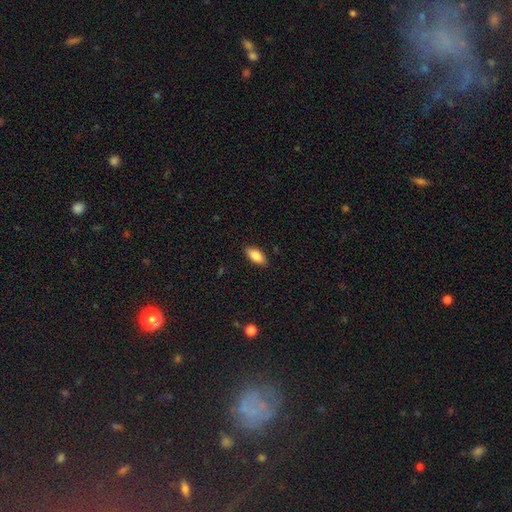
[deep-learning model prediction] A smooth galaxy with no disk features (85%) that is in between round and cigar-shaped (86%).

Vote fractions:
- Smooth or featured? smooth: 85% / featured or disk: 9% / star or artifact: 7%
- How rounded? in between: 86% / cigar-shaped: 12% / round: 2%
- Merging? none: 88% / minor disturbance: 9% / major disturbance: 2% / merger: 1%